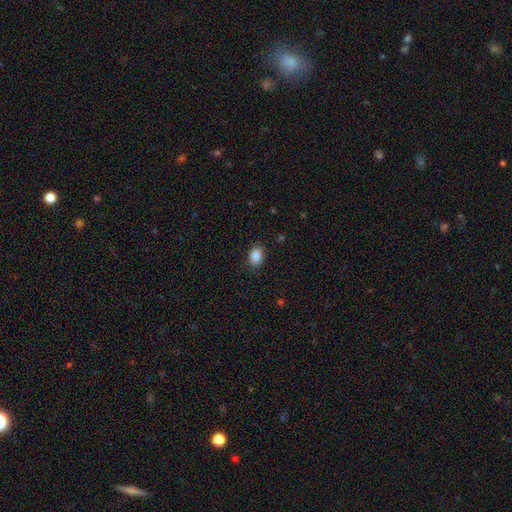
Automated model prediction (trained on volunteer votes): Q: Smooth or featured?
A: smooth (88%); runner-up: star or artifact (9%)
Q: How rounded?
A: in between (76%); runner-up: round (23%)
Q: Merging?
A: none (86%); runner-up: minor disturbance (11%)